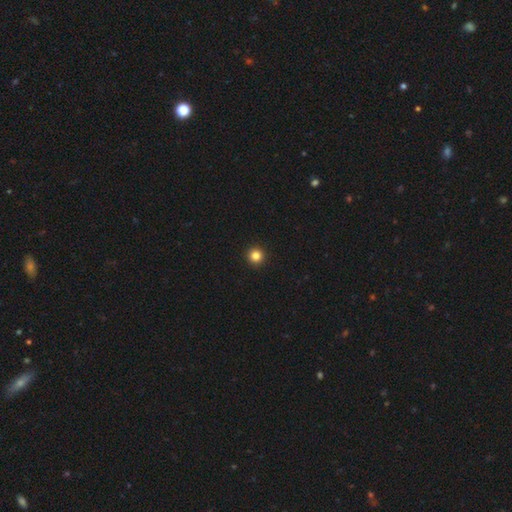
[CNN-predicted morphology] Smooth or featured: smooth — 84% (star or artifact — 12%)
How rounded: round — 97% (in between — 3%)
Merging: none — 94% (minor disturbance — 3%)